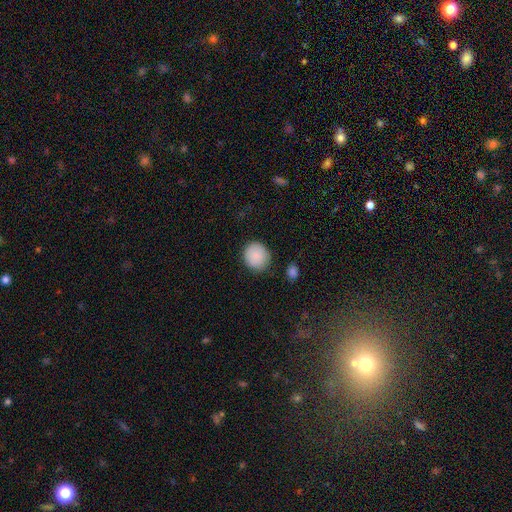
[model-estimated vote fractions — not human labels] This appears to be a smooth galaxy with no disk features (88%) that is round (87%). Merging: none (84%).